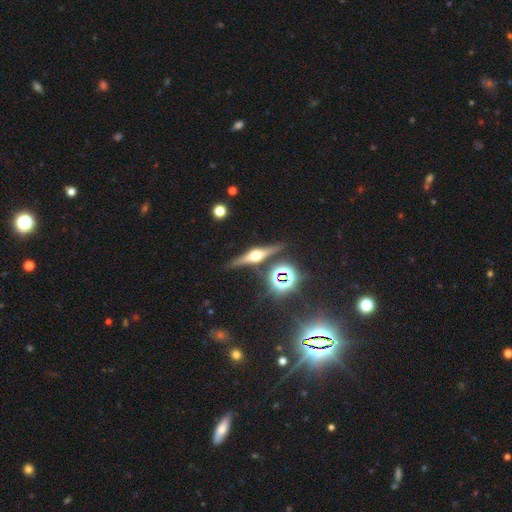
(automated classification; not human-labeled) The model was most divided on "smooth or featured": featured or disk: 75%, smooth: 13%, star or artifact: 12%. More confident: edge-on disk — yes (96%); edge-on bulge — rounded (94%); merging — none (85%).